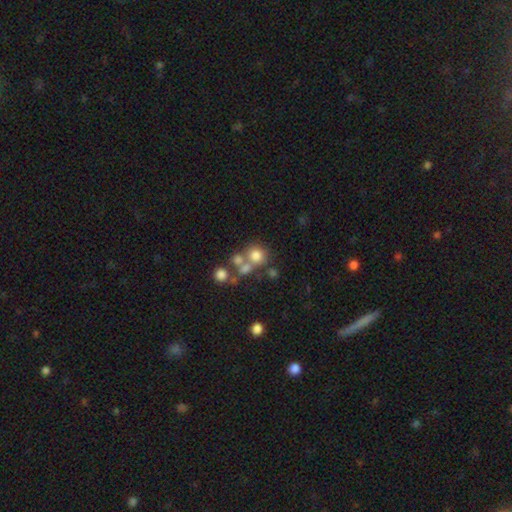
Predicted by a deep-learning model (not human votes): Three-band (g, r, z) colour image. It shows a smooth galaxy with no disk features (67%) that is round (85%). Merging: none (48%).